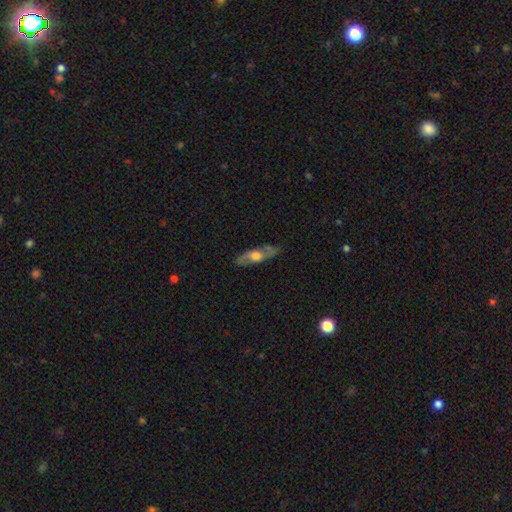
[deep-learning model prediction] Smooth or featured: featured or disk — 55% (smooth — 39%)
Edge-on disk: yes — 52% (no — 48%)
Merging: none — 81% (minor disturbance — 14%)